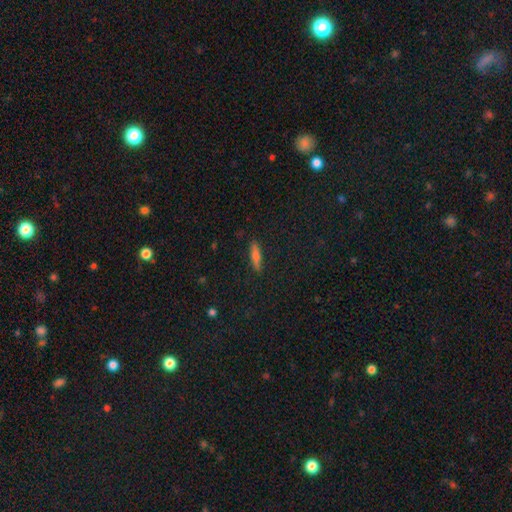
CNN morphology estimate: type=smooth (65%); roundness=cigar-shaped (74%); merging=none (87%).